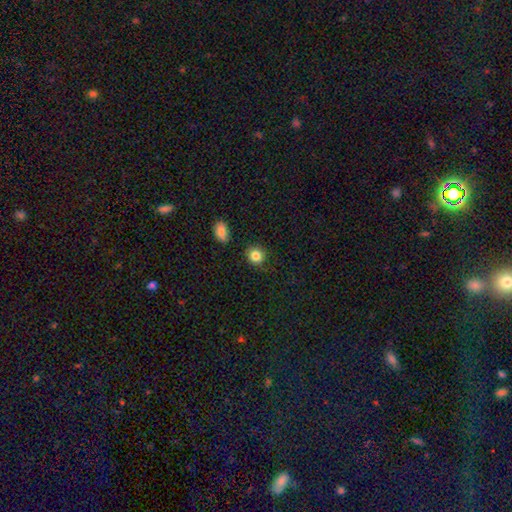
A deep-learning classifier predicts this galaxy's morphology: Smooth or featured: smooth — 85% (star or artifact — 10%)
How rounded: round — 85% (in between — 14%)
Merging: none — 83% (minor disturbance — 11%)